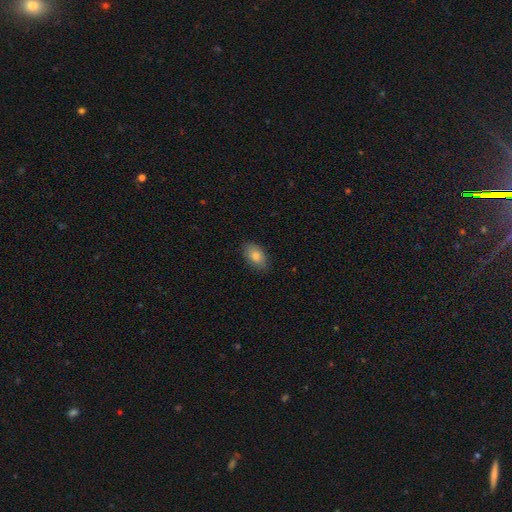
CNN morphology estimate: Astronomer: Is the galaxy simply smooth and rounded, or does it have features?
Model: smooth — 80%.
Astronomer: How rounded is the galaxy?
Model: in between — 90%.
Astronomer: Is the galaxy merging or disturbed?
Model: none — 83%.